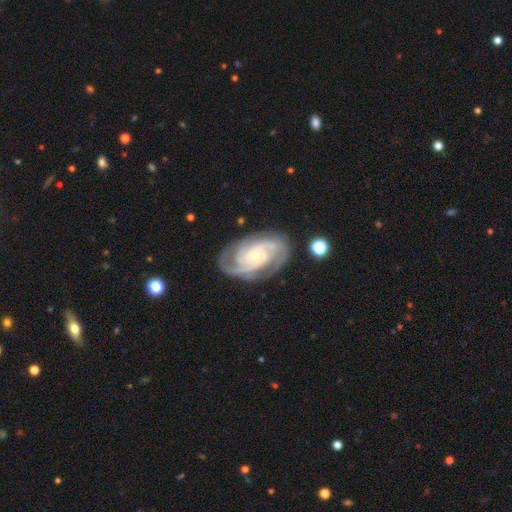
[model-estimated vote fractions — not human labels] Overall: featured or disk (90%). Edge-on disk: no (97%). Bar: no (61%; weak 29%). Spiral arms: yes (98%). Spiral arm count: 3 (36%; 2 34%). Spiral winding: tight (60%; medium 35%). Bulge size: small (74%). Merging: none (79%).